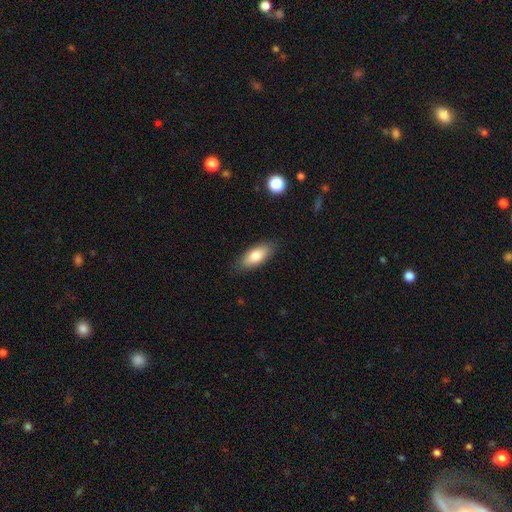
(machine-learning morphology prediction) smooth-or-featured: smooth: 80% | featured or disk: 14% | star or artifact: 6%
  how-rounded: in between: 82% | cigar-shaped: 16% | round: 2%
  merging: none: 85% | minor disturbance: 11% | major disturbance: 2% | merger: 1%